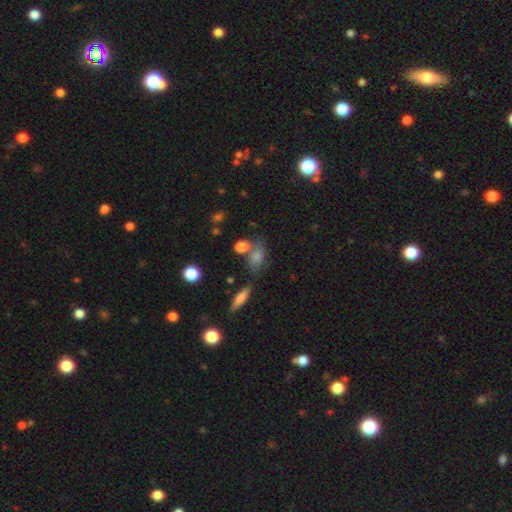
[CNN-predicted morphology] Smooth or featured?
  - smooth: 74% *
  - featured or disk: 15%
  - star or artifact: 12%
How rounded?
  - in between: 73% *
  - round: 21%
  - cigar-shaped: 6%
Merging?
  - none: 47% *
  - merger: 26%
  - minor disturbance: 19%
  - major disturbance: 8%